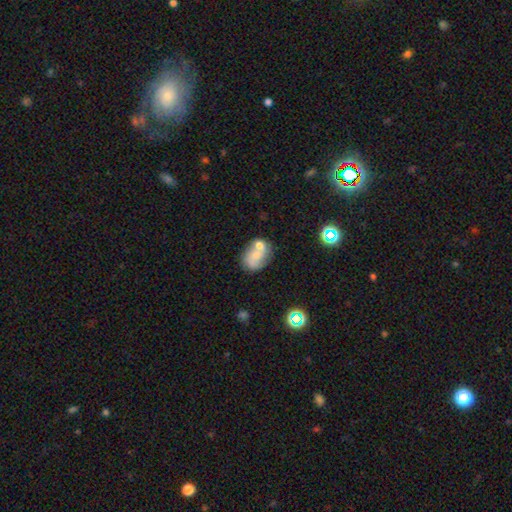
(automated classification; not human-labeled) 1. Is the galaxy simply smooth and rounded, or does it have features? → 54% smooth, 35% featured or disk, 11% star or artifact.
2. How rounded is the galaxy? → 63% in between, 35% round, 1% cigar-shaped.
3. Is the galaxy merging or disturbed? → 39% merger, 38% none, 16% minor disturbance, 7% major disturbance.